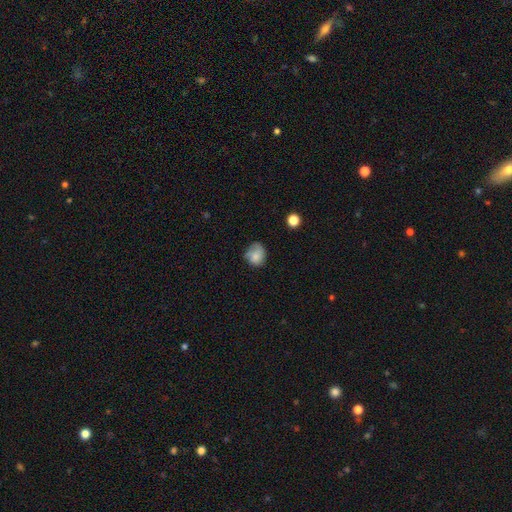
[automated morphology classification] A smooth galaxy with no disk features (74%) that is round (64%). Merging: none (49%).